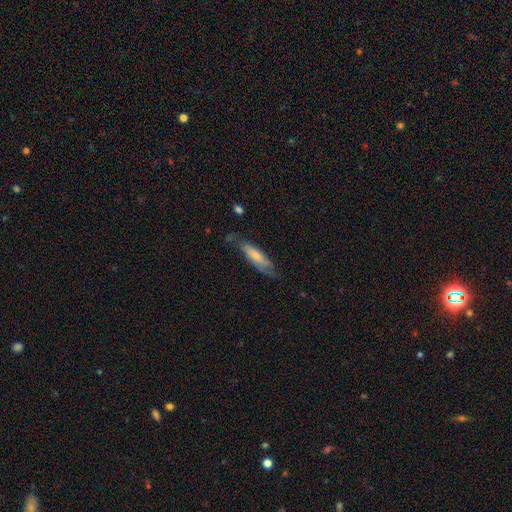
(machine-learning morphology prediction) A smooth galaxy with no disk features (57%) that is cigar-shaped (59%).

Vote fractions:
- Smooth or featured? smooth: 57% / featured or disk: 37% / star or artifact: 6%
- How rounded? cigar-shaped: 59% / in between: 40% / round: 2%
- Merging? none: 60% / minor disturbance: 27% / major disturbance: 10% / merger: 2%